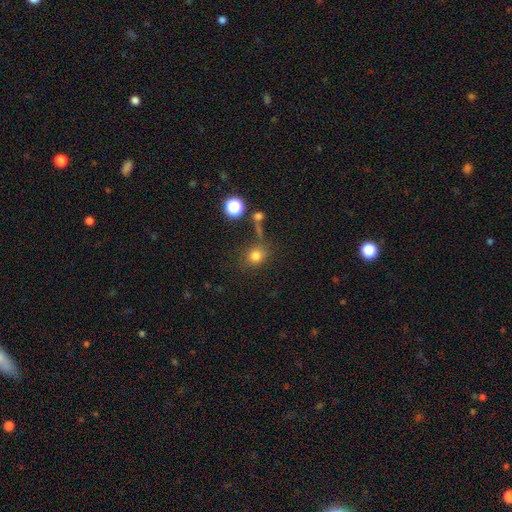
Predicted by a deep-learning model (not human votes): The model was most divided on "merging": none: 70%, minor disturbance: 13%, merger: 9%, major disturbance: 7%. More confident: how rounded — round (79%); smooth or featured — smooth (78%).